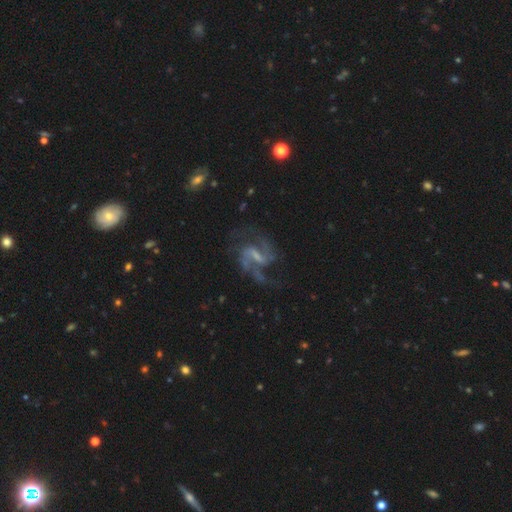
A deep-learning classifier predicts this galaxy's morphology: The model was most divided on "bulge size": small: 41%, none: 33%, moderate: 22%, large: 3%, dominant: 1%. More confident: edge-on disk — no (98%); spiral arms — yes (96%); smooth or featured — featured or disk (88%); spiral arm count — 2 (82%); merging — none (62%); spiral winding — medium (53%); bar — weak (51%).